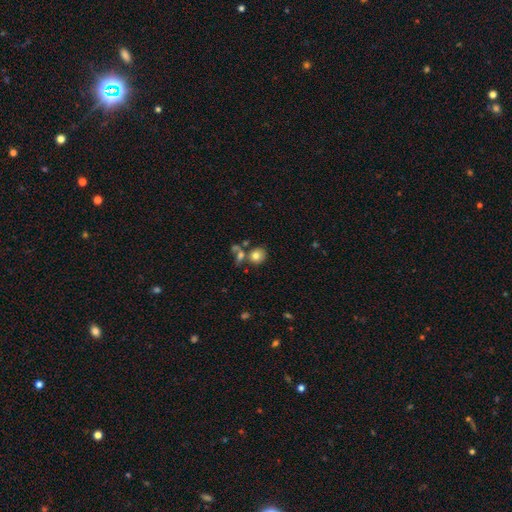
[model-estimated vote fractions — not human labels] Smooth or featured? smooth (78%)
How rounded? round (71%)
Merging? none (60%)